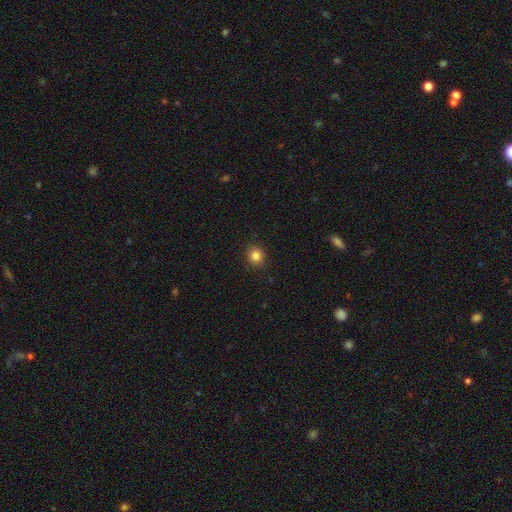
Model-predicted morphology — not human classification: Q: Smooth or featured?
A: smooth (83%); runner-up: star or artifact (12%)
Q: How rounded?
A: round (88%); runner-up: in between (11%)
Q: Merging?
A: none (91%); runner-up: minor disturbance (6%)